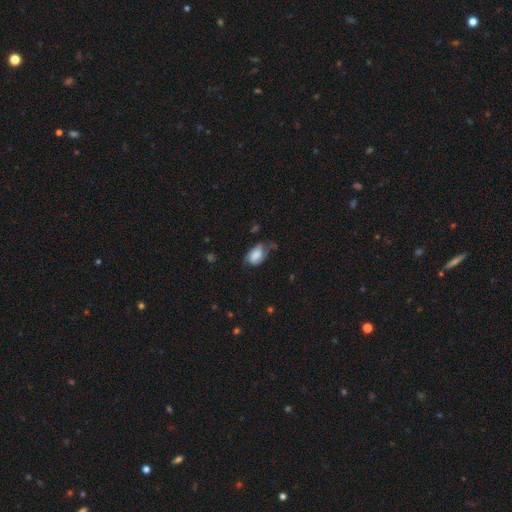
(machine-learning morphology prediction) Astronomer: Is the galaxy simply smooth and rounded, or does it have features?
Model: smooth — 72%.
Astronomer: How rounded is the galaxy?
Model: in between — 88%.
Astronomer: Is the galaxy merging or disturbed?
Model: minor disturbance — 39% (runner-up: none, 38%).